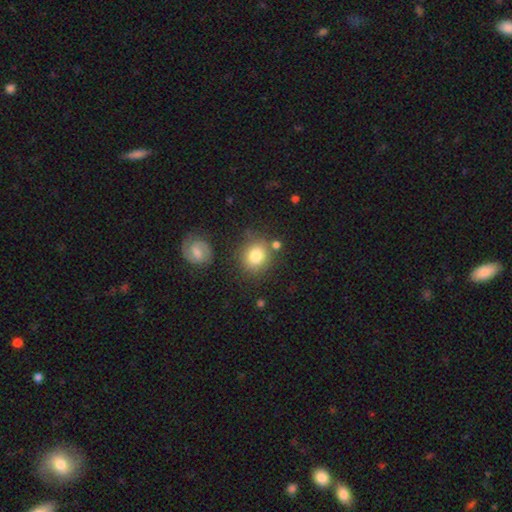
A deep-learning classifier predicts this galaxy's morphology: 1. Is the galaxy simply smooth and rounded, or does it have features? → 82% smooth, 10% featured or disk, 9% star or artifact.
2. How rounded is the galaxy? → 81% round, 18% in between, 1% cigar-shaped.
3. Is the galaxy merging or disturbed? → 75% none, 12% minor disturbance, 8% merger, 4% major disturbance.